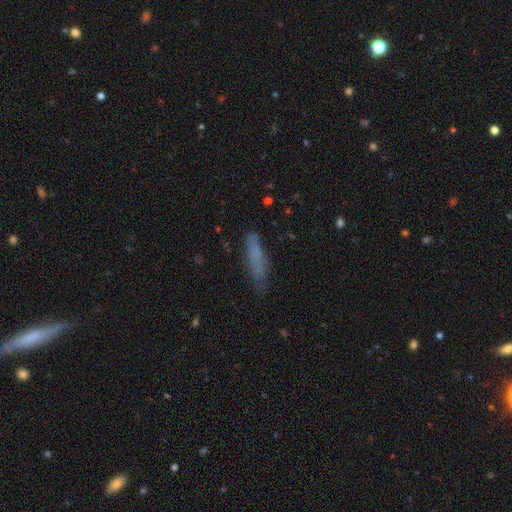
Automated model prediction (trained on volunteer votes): Smooth or featured? Predicted: smooth (p=0.72). How rounded? Predicted: cigar-shaped (p=0.81). Merging? Predicted: none (p=0.73).